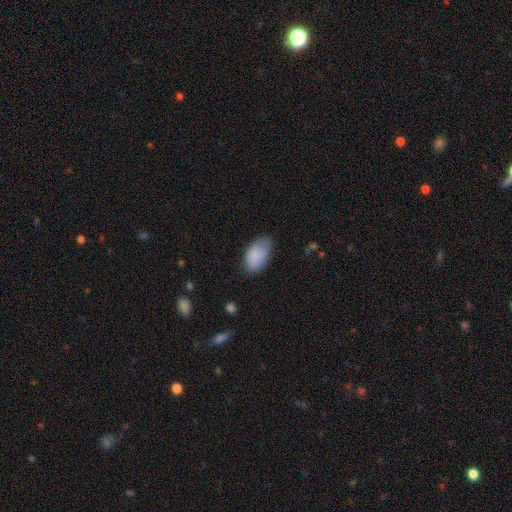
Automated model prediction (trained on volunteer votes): Overall: smooth (83%). How rounded: in between (94%). Merging: none (60%; minor disturbance 31%).